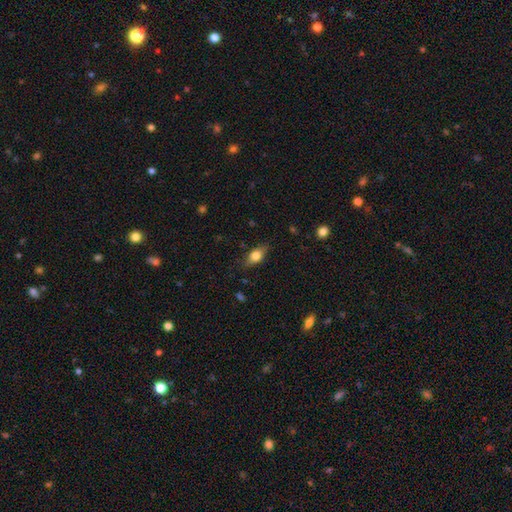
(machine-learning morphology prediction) smooth-or-featured: smooth: 68% | featured or disk: 24% | star or artifact: 8%
  how-rounded: in between: 78% | cigar-shaped: 13% | round: 9%
  merging: none: 81% | minor disturbance: 15% | major disturbance: 3% | merger: 1%